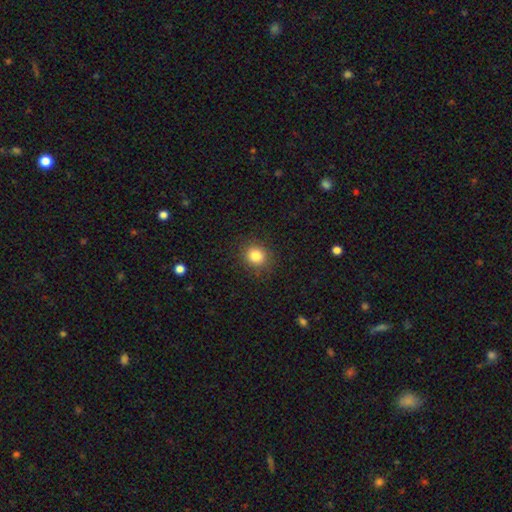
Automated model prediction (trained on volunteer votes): smooth 83%, star or artifact 11%, featured or disk 5%. Down the decision tree: how rounded — round (80%); merging — none (87%).